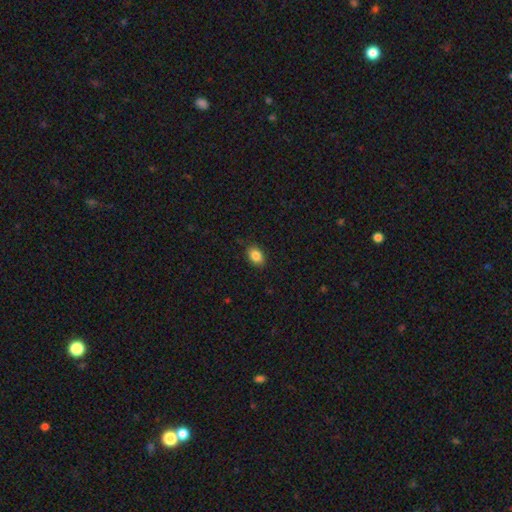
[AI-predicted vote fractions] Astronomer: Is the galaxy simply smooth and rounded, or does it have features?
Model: smooth — 87%.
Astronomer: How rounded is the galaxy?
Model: in between — 78%.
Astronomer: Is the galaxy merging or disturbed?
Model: none — 86%.